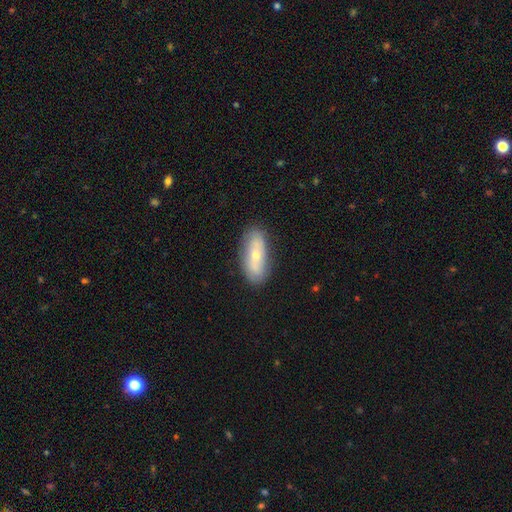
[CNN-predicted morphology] This appears to be a smooth galaxy with no disk features (53%) that is in between round and cigar-shaped (75%). Merging: none (84%).